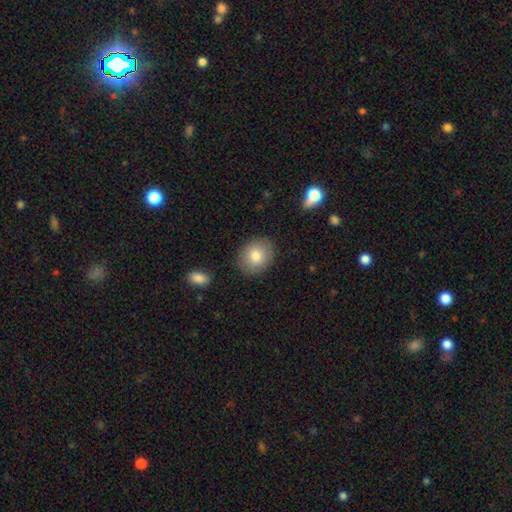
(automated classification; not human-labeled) A smooth galaxy with no disk features (81%) that is round (60%). Merging: none (86%).